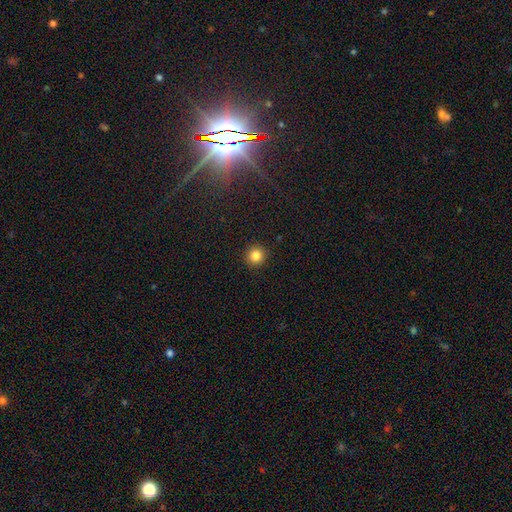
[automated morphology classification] The model was most divided on "smooth or featured": smooth: 84%, star or artifact: 12%, featured or disk: 5%. More confident: how rounded — round (95%); merging — none (92%).